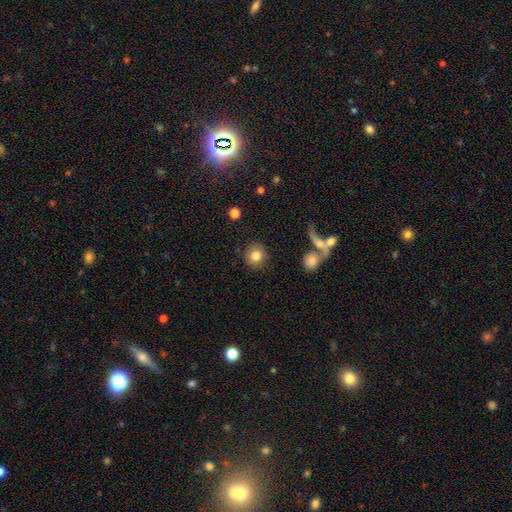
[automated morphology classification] smooth_or_featured: smooth (p=0.81) [alt: featured or disk p=0.10]
how_rounded: round (p=0.87) [alt: in between p=0.12]
merging: none (p=0.87) [alt: minor disturbance p=0.07]